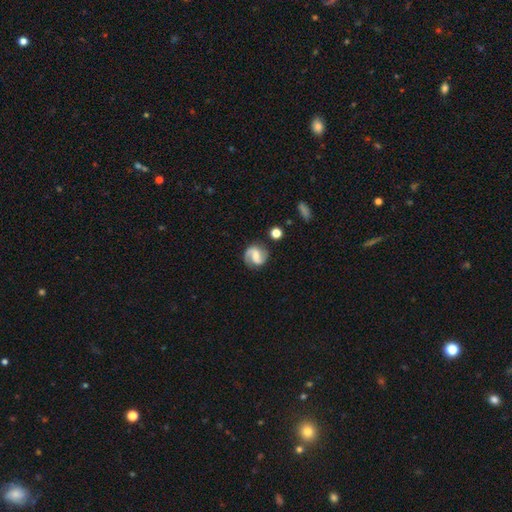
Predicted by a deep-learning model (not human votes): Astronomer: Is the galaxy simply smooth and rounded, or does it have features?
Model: featured or disk — 85%.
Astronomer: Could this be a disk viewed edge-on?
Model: no — 98%.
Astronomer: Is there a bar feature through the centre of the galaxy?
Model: weak — 46% (runner-up: no, 30%).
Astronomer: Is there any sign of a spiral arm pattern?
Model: yes — 97%.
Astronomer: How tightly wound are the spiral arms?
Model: medium — 52% (runner-up: loose, 28%).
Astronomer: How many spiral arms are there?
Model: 2 — 89%.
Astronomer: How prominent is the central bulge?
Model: moderate — 45% (runner-up: small, 39%).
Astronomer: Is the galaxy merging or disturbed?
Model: none — 81%.